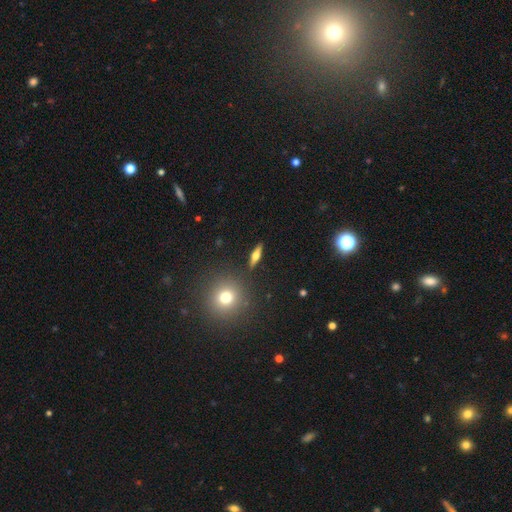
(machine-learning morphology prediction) Overall: featured or disk (54%; smooth 36%). Edge-on disk: yes (92%). Edge-on bulge: rounded (93%). Merging: none (89%).